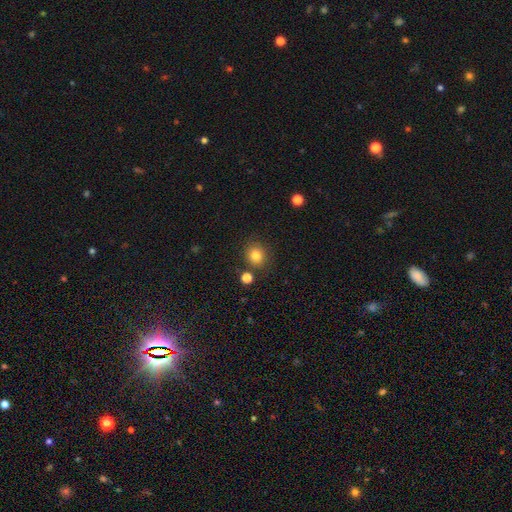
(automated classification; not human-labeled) smooth_or_featured: smooth (p=0.82) [alt: star or artifact p=0.12]
how_rounded: round (p=0.84) [alt: in between p=0.15]
merging: none (p=0.82) [alt: minor disturbance p=0.09]